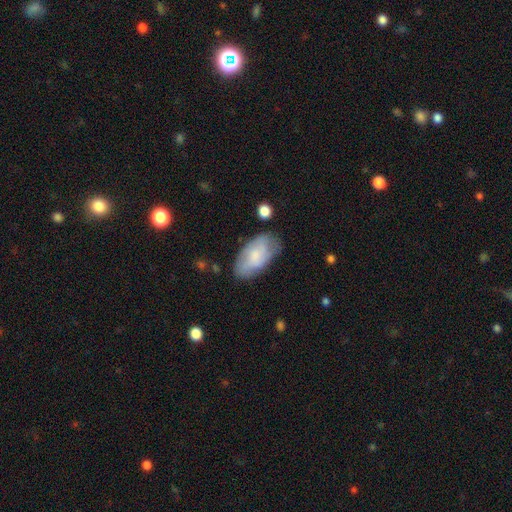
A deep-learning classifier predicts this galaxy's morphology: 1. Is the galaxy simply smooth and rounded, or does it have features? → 62% smooth, 31% featured or disk, 7% star or artifact.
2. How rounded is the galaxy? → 94% in between, 3% round, 3% cigar-shaped.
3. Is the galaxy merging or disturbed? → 66% none, 25% minor disturbance, 7% major disturbance, 2% merger.